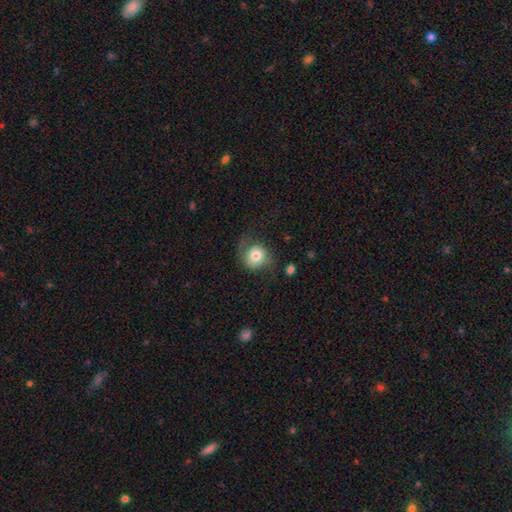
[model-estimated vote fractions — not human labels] Overall: smooth (73%). How rounded: round (82%). Merging: none (55%; minor disturbance 25%).